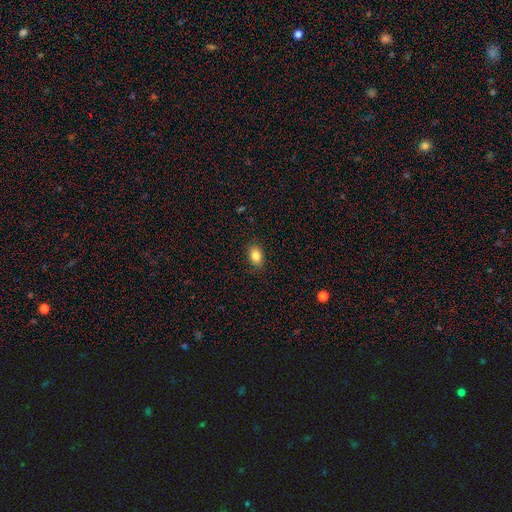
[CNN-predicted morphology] smooth_or_featured: smooth (p=0.85) [alt: star or artifact p=0.09]
how_rounded: in between (p=0.81) [alt: round p=0.18]
merging: none (p=0.87) [alt: minor disturbance p=0.10]